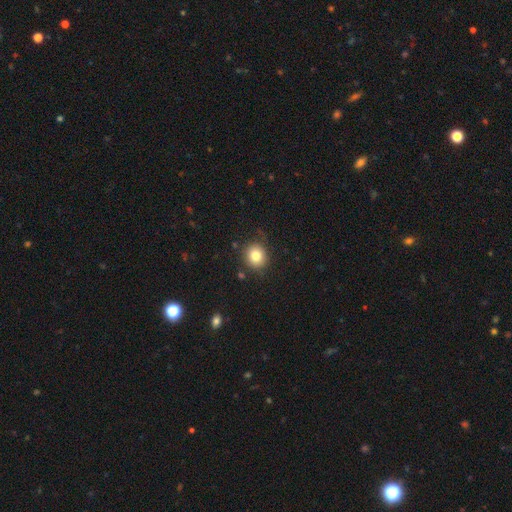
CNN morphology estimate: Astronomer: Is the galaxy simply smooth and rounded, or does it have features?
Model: smooth — 81%.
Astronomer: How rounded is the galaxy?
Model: round — 82%.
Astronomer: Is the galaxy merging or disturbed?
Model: none — 83%.